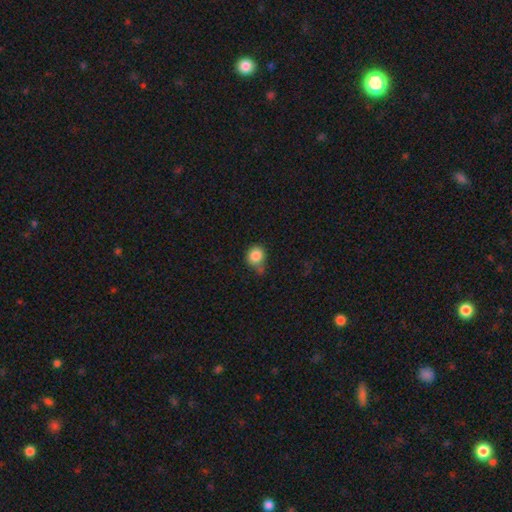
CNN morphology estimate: smooth 85%, star or artifact 10%, featured or disk 6%. Down the decision tree: how rounded — round (81%); merging — none (53%).